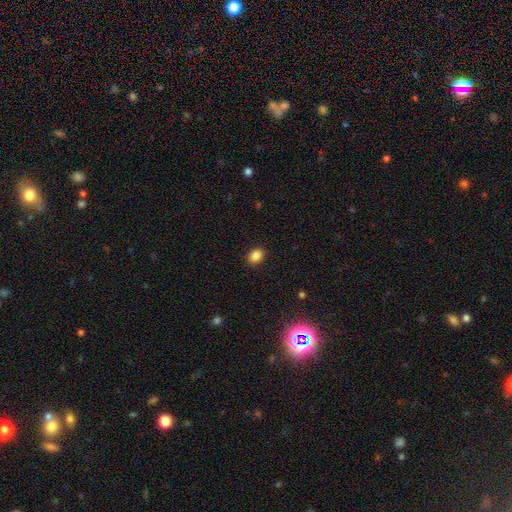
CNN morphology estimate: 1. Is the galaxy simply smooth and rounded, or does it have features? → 87% smooth, 10% star or artifact, 3% featured or disk.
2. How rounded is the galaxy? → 66% in between, 33% round, 1% cigar-shaped.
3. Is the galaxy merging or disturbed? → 90% none, 7% minor disturbance, 2% major disturbance, 1% merger.